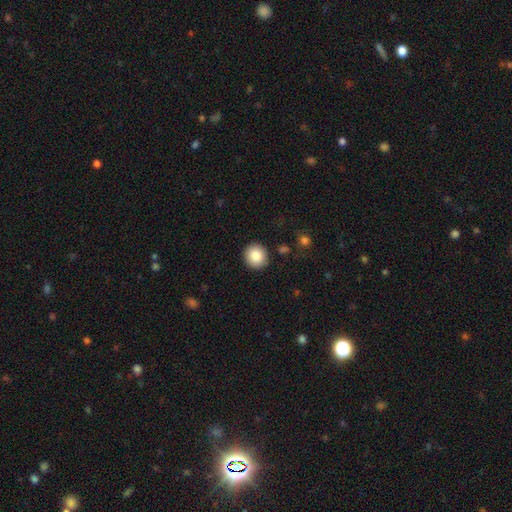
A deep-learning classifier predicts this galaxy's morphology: smooth_or_featured: smooth (p=0.85) [alt: star or artifact p=0.09]
how_rounded: round (p=0.91) [alt: in between p=0.08]
merging: none (p=0.91) [alt: minor disturbance p=0.06]